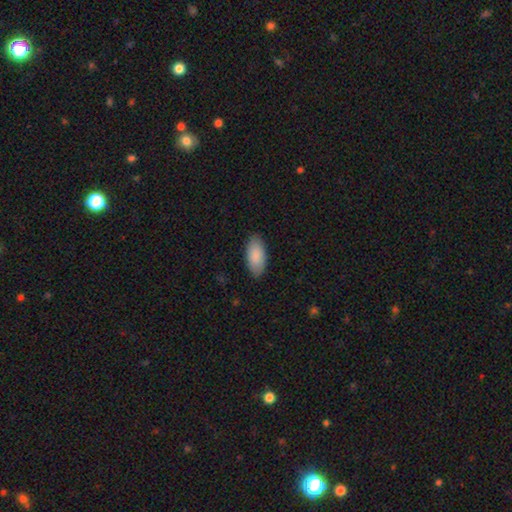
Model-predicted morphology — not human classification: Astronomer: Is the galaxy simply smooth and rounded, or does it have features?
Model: smooth — 88%.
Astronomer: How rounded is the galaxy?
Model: in between — 93%.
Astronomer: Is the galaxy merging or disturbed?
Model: none — 87%.